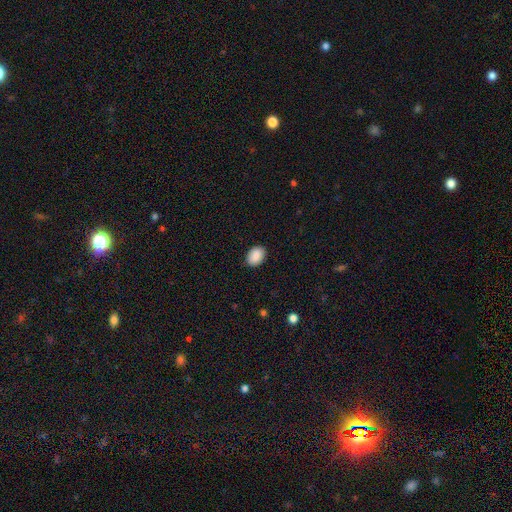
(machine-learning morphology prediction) Smooth or featured?
  - smooth: 90% *
  - star or artifact: 7%
  - featured or disk: 4%
How rounded?
  - in between: 78% *
  - round: 21%
  - cigar-shaped: 1%
Merging?
  - none: 87% *
  - minor disturbance: 10%
  - major disturbance: 2%
  - merger: 1%